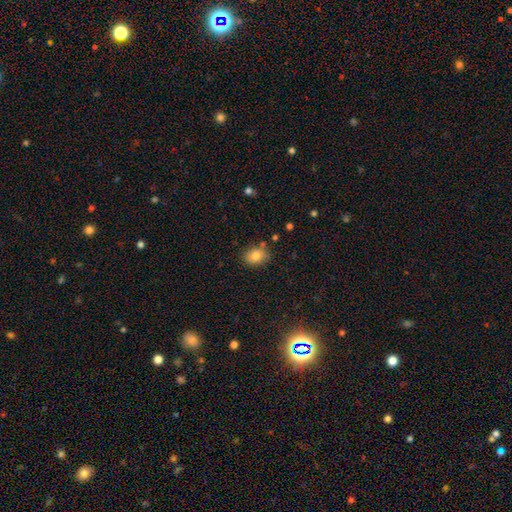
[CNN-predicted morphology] smooth 81%, star or artifact 10%, featured or disk 9%. Down the decision tree: how rounded — in between (58%); merging — none (78%).